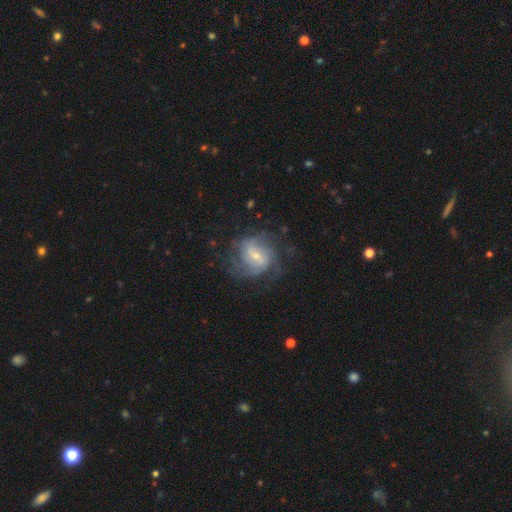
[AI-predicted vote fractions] Smooth or featured? featured or disk (82%)
Edge-on disk? no (97%)
Bar? weak (55%)
Spiral arms? yes (94%)
Spiral winding? tight (44%)
Spiral arm count? can't tell (32%)
Bulge size? small (60%)
Merging? none (65%)